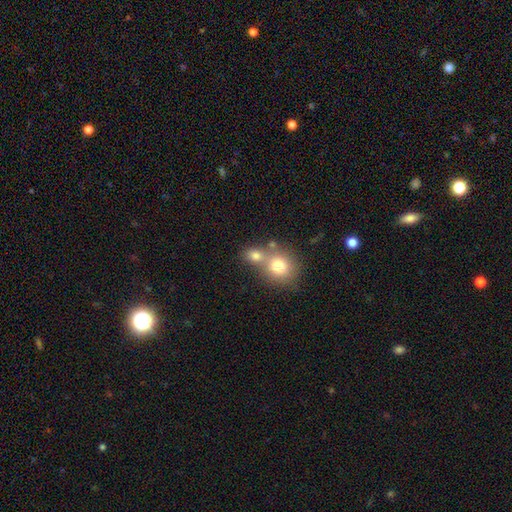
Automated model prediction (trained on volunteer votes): A smooth galaxy with no disk features (77%) that is round (63%).

Vote fractions:
- Smooth or featured? smooth: 77% / featured or disk: 12% / star or artifact: 11%
- How rounded? round: 63% / in between: 35% / cigar-shaped: 2%
- Merging? merger: 51% / none: 37% / minor disturbance: 8% / major disturbance: 4%